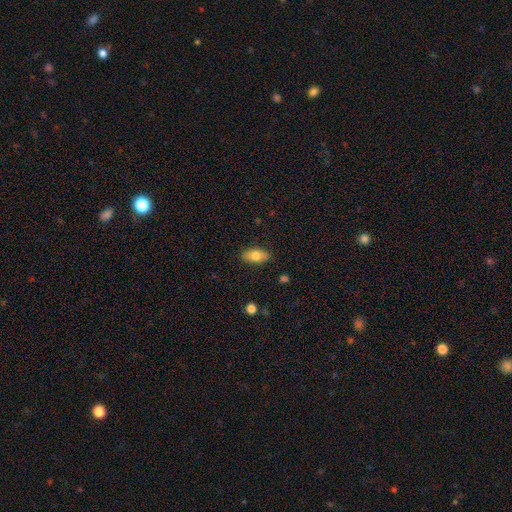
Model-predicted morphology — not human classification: smooth 79%, featured or disk 14%, star or artifact 7%. Down the decision tree: how rounded — in between (90%); merging — none (86%).